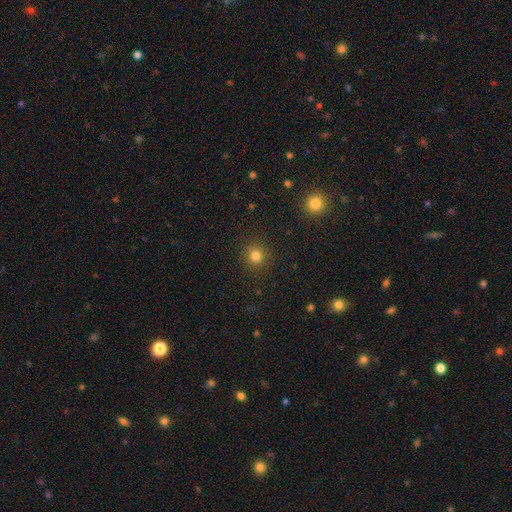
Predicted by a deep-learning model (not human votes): smooth_or_featured: smooth (p=0.79) [alt: star or artifact p=0.15]
how_rounded: round (p=0.92) [alt: in between p=0.07]
merging: none (p=0.91) [alt: minor disturbance p=0.06]